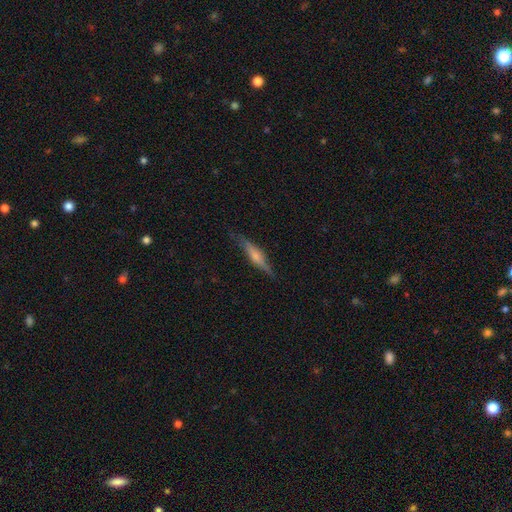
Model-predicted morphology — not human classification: Smooth or featured?
  - featured or disk: 60% *
  - smooth: 33%
  - star or artifact: 7%
Edge-on disk?
  - yes: 96% *
  - no: 4%
Edge-on bulge?
  - rounded: 71% *
  - boxy: 19%
  - none: 10%
Merging?
  - none: 82% *
  - minor disturbance: 13%
  - major disturbance: 3%
  - merger: 1%